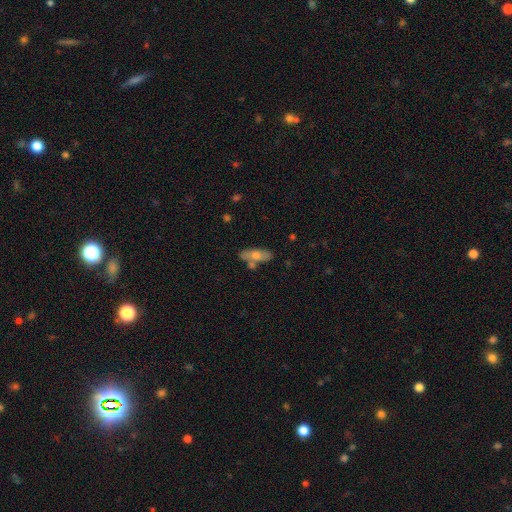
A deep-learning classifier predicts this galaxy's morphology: Smooth or featured? Predicted: smooth (p=0.67). How rounded? Predicted: in between (p=0.67). Merging? Predicted: none (p=0.63).